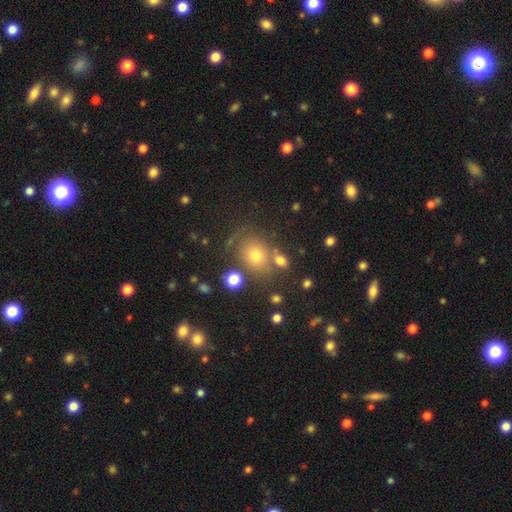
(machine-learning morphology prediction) Q: Smooth or featured?
A: smooth (67%); runner-up: star or artifact (18%)
Q: How rounded?
A: round (58%); runner-up: in between (41%)
Q: Merging?
A: none (68%); runner-up: minor disturbance (14%)